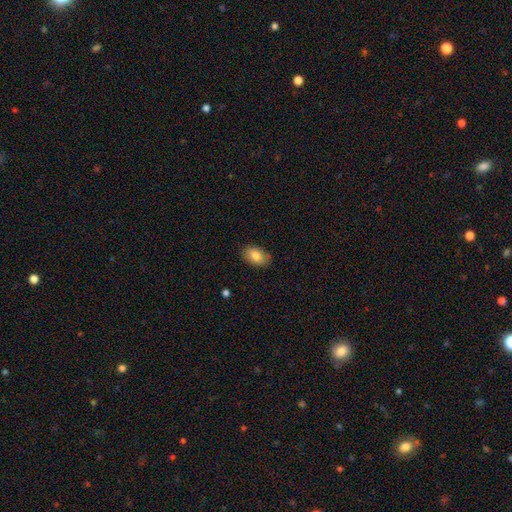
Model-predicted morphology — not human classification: smooth_or_featured: smooth (p=0.82) [alt: featured or disk p=0.11]
how_rounded: in between (p=0.91) [alt: round p=0.07]
merging: none (p=0.85) [alt: minor disturbance p=0.12]